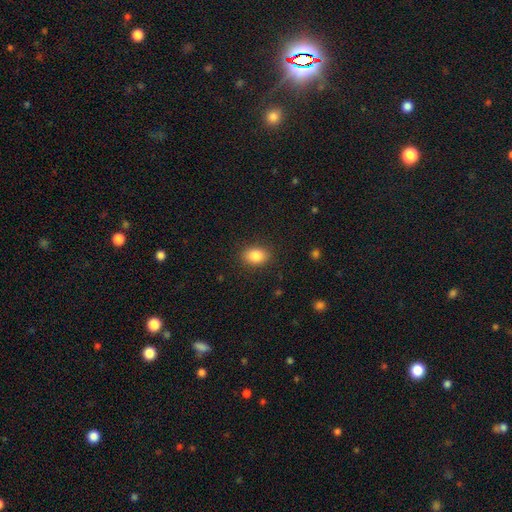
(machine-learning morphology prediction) smooth 86%, star or artifact 9%, featured or disk 5%. Down the decision tree: how rounded — in between (75%); merging — none (87%).